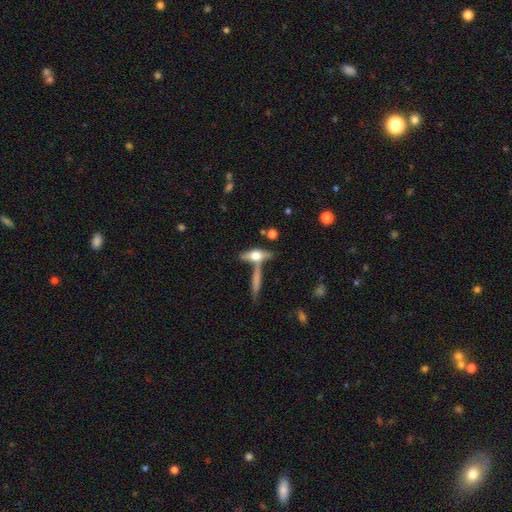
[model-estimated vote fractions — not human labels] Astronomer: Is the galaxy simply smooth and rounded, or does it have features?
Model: smooth — 50% (runner-up: featured or disk, 42%).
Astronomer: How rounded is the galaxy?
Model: cigar-shaped — 49% (runner-up: in between, 46%).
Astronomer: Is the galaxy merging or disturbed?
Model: none — 55%.